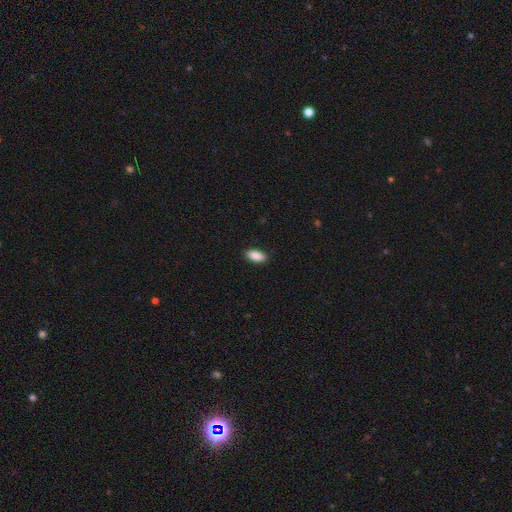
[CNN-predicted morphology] Smooth or featured? smooth (89%)
How rounded? in between (90%)
Merging? none (89%)